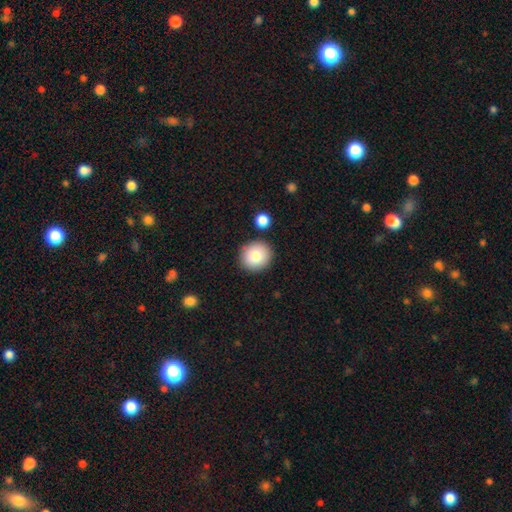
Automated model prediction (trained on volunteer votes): A smooth galaxy with no disk features (79%) that is round (90%). Merging: none (87%).